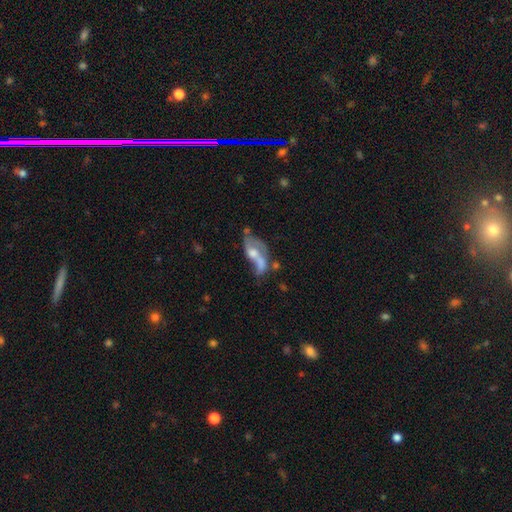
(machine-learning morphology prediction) smooth_or_featured: featured or disk (p=0.62) [alt: smooth p=0.29]
disk_edge_on: no (p=0.92) [alt: yes p=0.08]
bar: no (p=0.63) [alt: weak p=0.28]
has_spiral_arms: yes (p=0.58) [alt: no p=0.42]
bulge_size: moderate (p=0.52) [alt: small p=0.21]
merging: merger (p=0.31) [alt: major disturbance p=0.29]